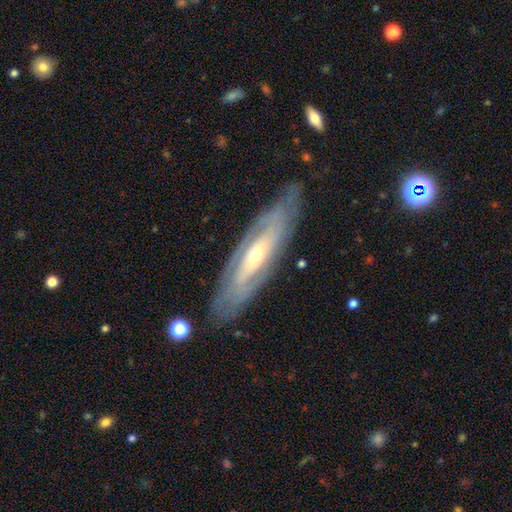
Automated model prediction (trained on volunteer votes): smooth_or_featured: featured or disk (p=0.79) [alt: smooth p=0.15]
disk_edge_on: no (p=0.68) [alt: yes p=0.32]
bar: no (p=0.46) [alt: weak p=0.33]
has_spiral_arms: yes (p=0.81) [alt: no p=0.19]
bulge_size: small (p=0.54) [alt: moderate p=0.42]
merging: none (p=0.81) [alt: minor disturbance p=0.14]